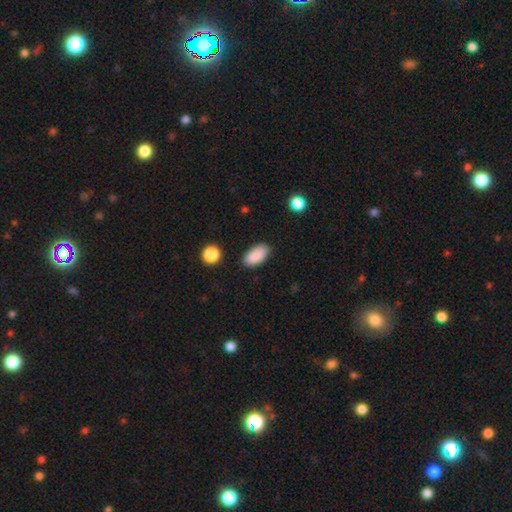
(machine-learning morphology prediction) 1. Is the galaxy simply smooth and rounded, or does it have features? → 89% smooth, 7% star or artifact, 4% featured or disk.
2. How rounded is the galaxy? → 93% in between, 4% cigar-shaped, 3% round.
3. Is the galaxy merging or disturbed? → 86% none, 10% minor disturbance, 2% major disturbance, 2% merger.